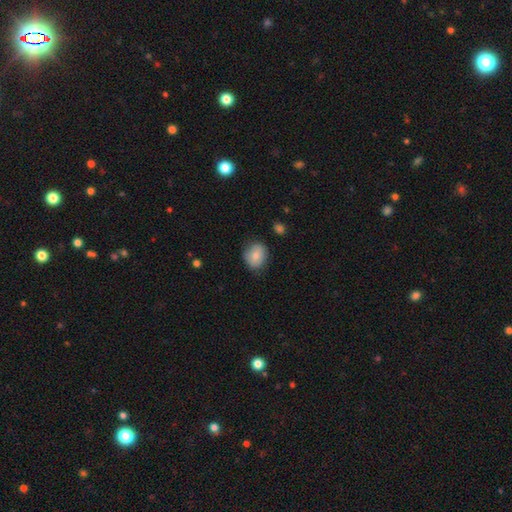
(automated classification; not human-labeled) A smooth galaxy with no disk features (77%) that is round (65%).

Vote fractions:
- Smooth or featured? smooth: 77% / featured or disk: 15% / star or artifact: 8%
- How rounded? round: 65% / in between: 34% / cigar-shaped: 1%
- Merging? none: 77% / minor disturbance: 18% / major disturbance: 4% / merger: 1%